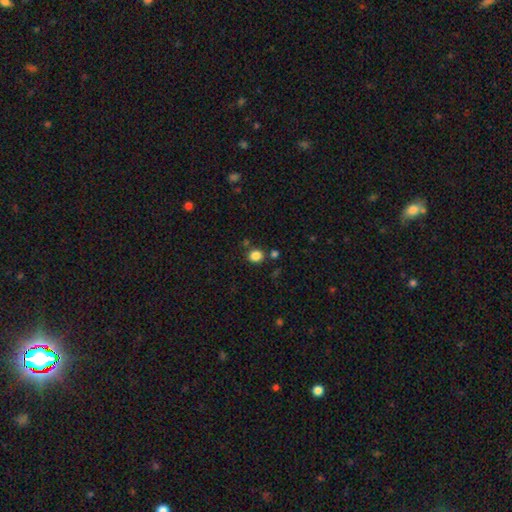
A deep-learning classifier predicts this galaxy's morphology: A smooth galaxy with no disk features (84%) that is round (71%).

Vote fractions:
- Smooth or featured? smooth: 84% / star or artifact: 12% / featured or disk: 4%
- How rounded? round: 71% / in between: 28% / cigar-shaped: 1%
- Merging? none: 79% / minor disturbance: 10% / merger: 8% / major disturbance: 3%